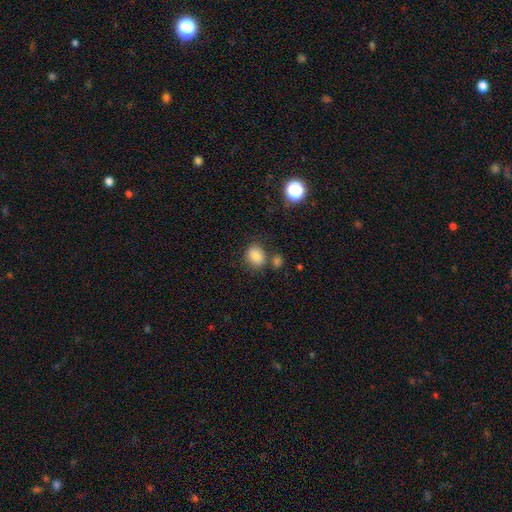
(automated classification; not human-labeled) This appears to be a smooth galaxy with no disk features (84%) that is in between round and cigar-shaped (51%). Merging: none (69%).